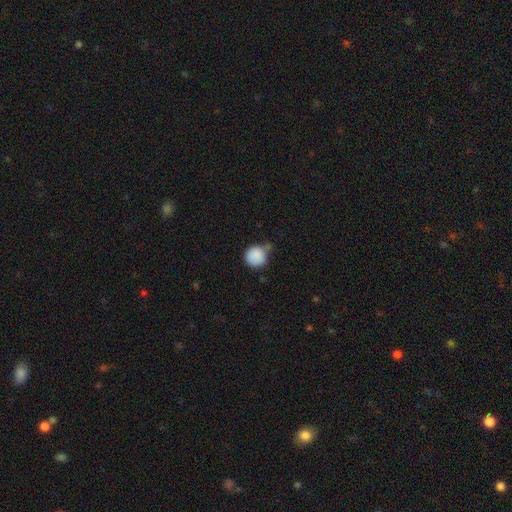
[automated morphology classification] smooth 87%, star or artifact 8%, featured or disk 5%. Down the decision tree: how rounded — round (89%); merging — none (51%).